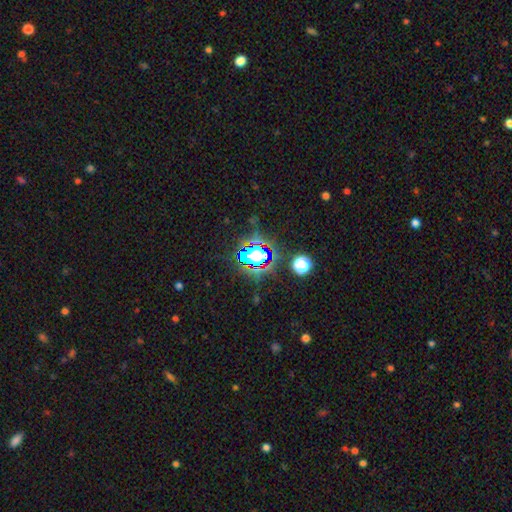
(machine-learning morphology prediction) star or artifact 65%, smooth 24%, featured or disk 11%.